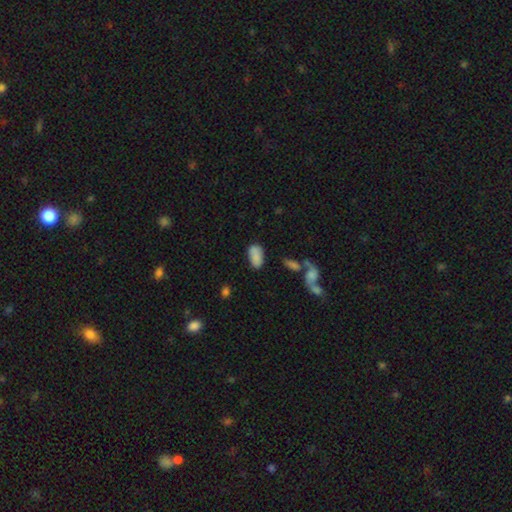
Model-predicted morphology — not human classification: smooth_or_featured: smooth (p=0.83) [alt: featured or disk p=0.09]
how_rounded: in between (p=0.93) [alt: round p=0.04]
merging: none (p=0.64) [alt: minor disturbance p=0.21]